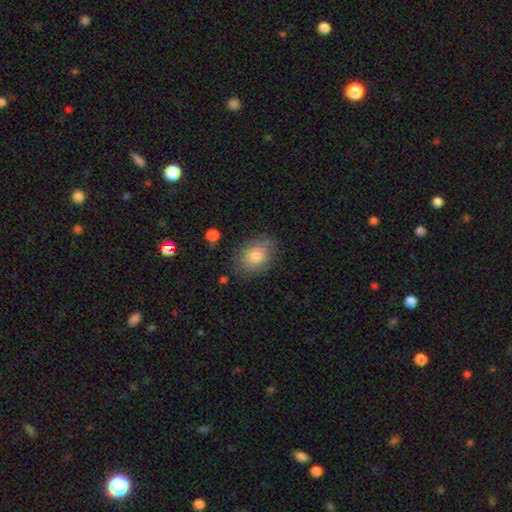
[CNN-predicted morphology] A smooth galaxy with no disk features (81%) that is in between round and cigar-shaped (72%).

Vote fractions:
- Smooth or featured? smooth: 81% / featured or disk: 11% / star or artifact: 8%
- How rounded? in between: 72% / round: 27% / cigar-shaped: 1%
- Merging? none: 81% / minor disturbance: 14% / major disturbance: 4% / merger: 2%